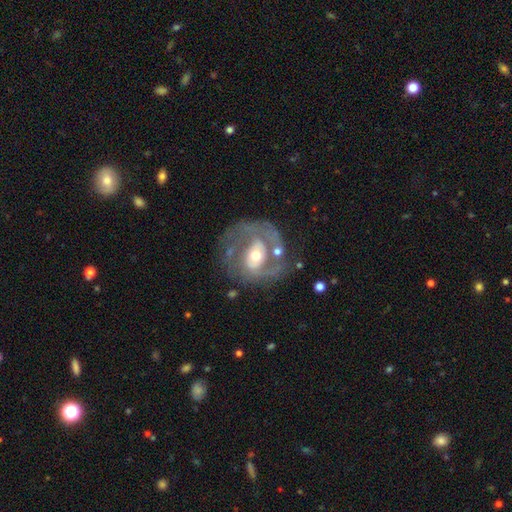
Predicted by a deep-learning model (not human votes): The model was most divided on "spiral winding": medium: 44%, tight: 42%, loose: 14%. Remaining: edge-on disk — no (97%); spiral arms — yes (89%); smooth or featured — featured or disk (83%); merging — none (67%); spiral arm count — 2 (64%); bulge size — moderate (62%); bar — weak (46%).